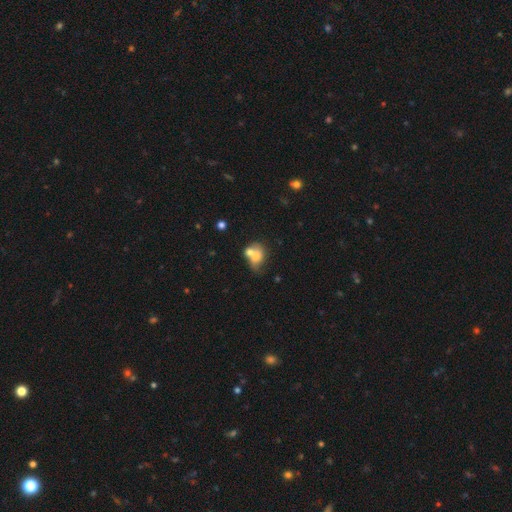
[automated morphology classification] smooth 68%, featured or disk 22%, star or artifact 10%. Down the decision tree: how rounded — in between (60%); merging — merger (56%).